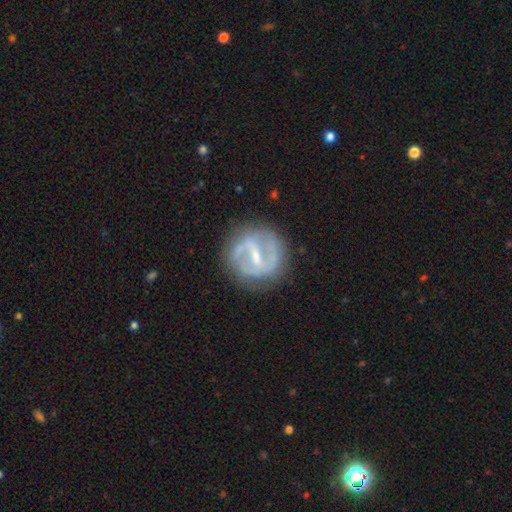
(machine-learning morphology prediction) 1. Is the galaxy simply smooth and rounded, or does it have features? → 81% featured or disk, 13% smooth, 6% star or artifact.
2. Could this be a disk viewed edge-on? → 96% no, 4% yes.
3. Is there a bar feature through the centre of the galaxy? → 57% strong, 34% weak, 9% no.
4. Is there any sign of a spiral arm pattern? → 78% yes, 22% no.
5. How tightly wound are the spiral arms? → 43% medium, 34% tight, 23% loose.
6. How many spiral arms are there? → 78% 2, 12% can't tell, 4% 1, 3% 3, 1% 4, 1% more than 4.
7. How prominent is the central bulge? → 55% small, 33% moderate, 8% none, 2% large, 1% dominant.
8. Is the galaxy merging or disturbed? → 77% none, 14% minor disturbance, 7% major disturbance, 2% merger.